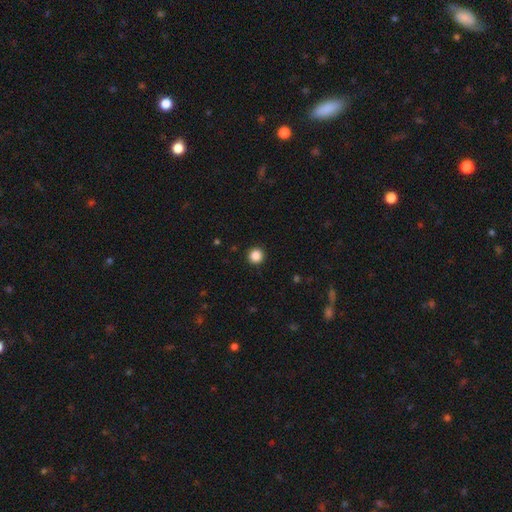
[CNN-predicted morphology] smooth 87%, star or artifact 11%, featured or disk 3%. Down the decision tree: how rounded — round (95%); merging — none (93%).